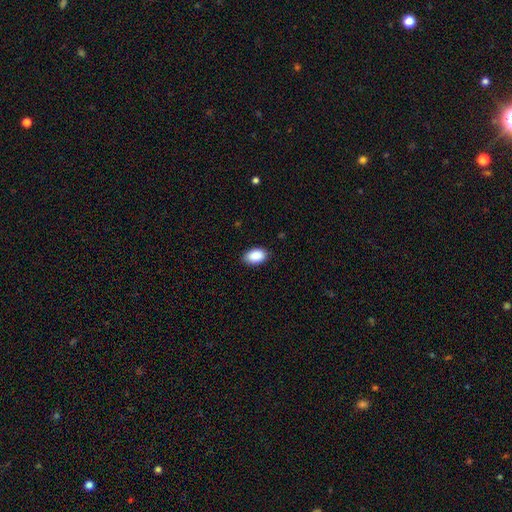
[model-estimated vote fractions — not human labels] Smooth or featured? smooth (90%)
How rounded? in between (93%)
Merging? none (86%)